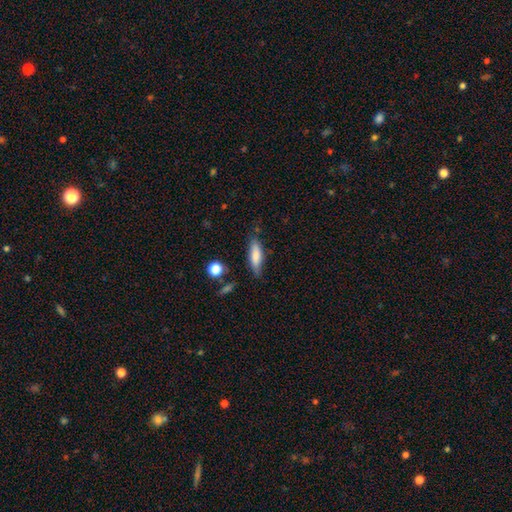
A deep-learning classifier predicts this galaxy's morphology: A smooth galaxy with no disk features (77%) that is cigar-shaped (53%).

Vote fractions:
- Smooth or featured? smooth: 77% / featured or disk: 17% / star or artifact: 7%
- How rounded? cigar-shaped: 53% / in between: 45% / round: 2%
- Merging? none: 73% / minor disturbance: 20% / major disturbance: 4% / merger: 3%